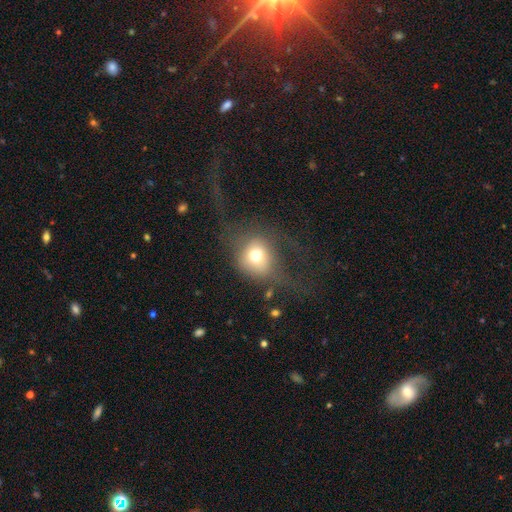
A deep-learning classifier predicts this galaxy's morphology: The model was most divided on "merging": none: 40%, major disturbance: 38%, minor disturbance: 19%, merger: 3%. More confident: how rounded — round (72%); smooth or featured — smooth (67%).